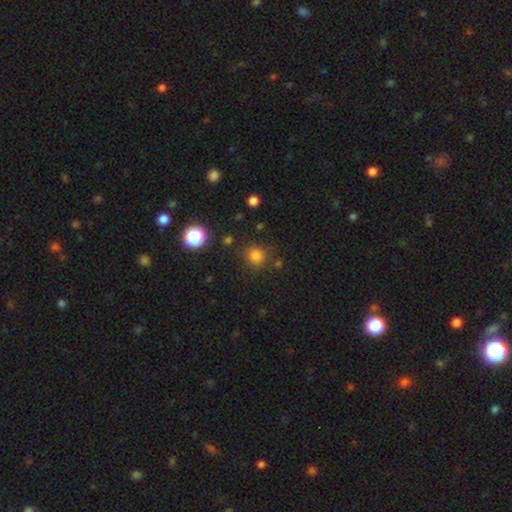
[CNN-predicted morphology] type=smooth (81%); roundness=round (90%); merging=none (82%).